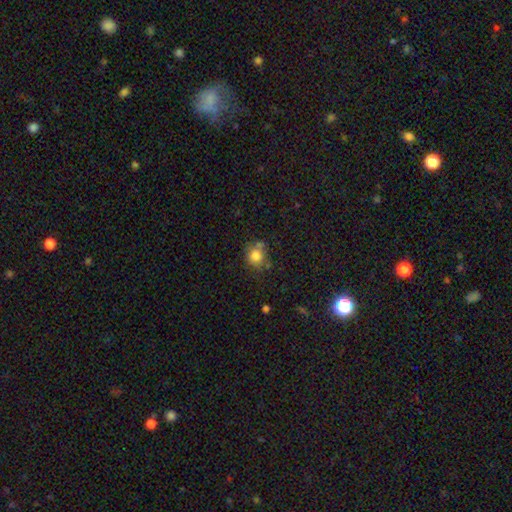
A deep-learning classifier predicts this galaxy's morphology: smooth 80%, star or artifact 11%, featured or disk 9%. Down the decision tree: how rounded — round (82%); merging — none (63%).